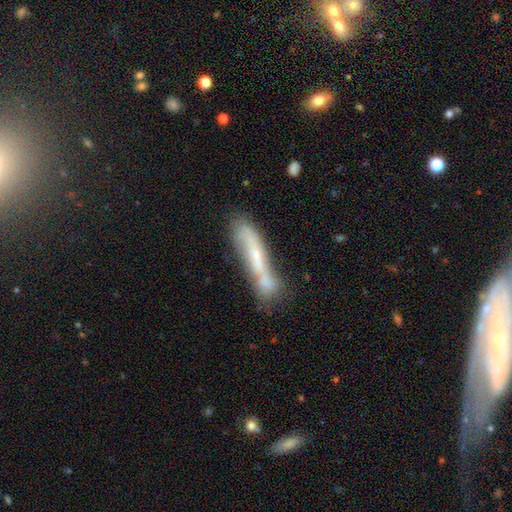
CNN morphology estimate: A featured or disk galaxy (48%).

Vote fractions:
- Smooth or featured? featured or disk: 48% / smooth: 44% / star or artifact: 8%
- Merging? none: 46% / merger: 26% / minor disturbance: 20% / major disturbance: 8%